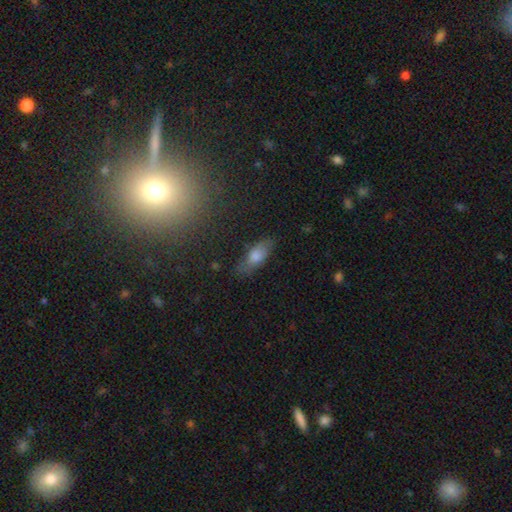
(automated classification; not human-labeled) Smooth or featured?
  - smooth: 69% *
  - featured or disk: 22%
  - star or artifact: 9%
How rounded?
  - in between: 69% *
  - cigar-shaped: 28%
  - round: 4%
Merging?
  - none: 75% *
  - minor disturbance: 18%
  - major disturbance: 5%
  - merger: 2%